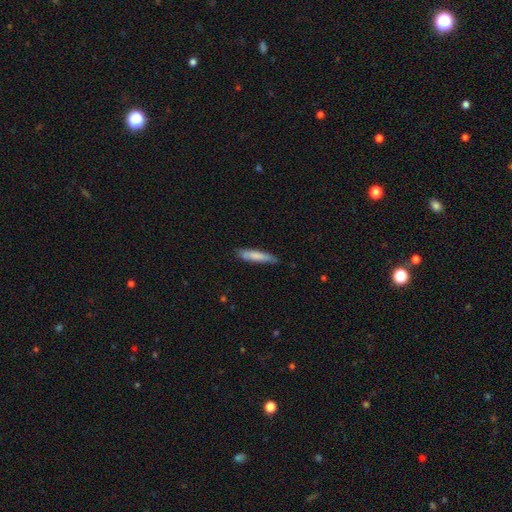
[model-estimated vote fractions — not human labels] This is likely a smooth galaxy (76%). How rounded: clearly cigar-shaped (82%). Merging: likely none (76%).